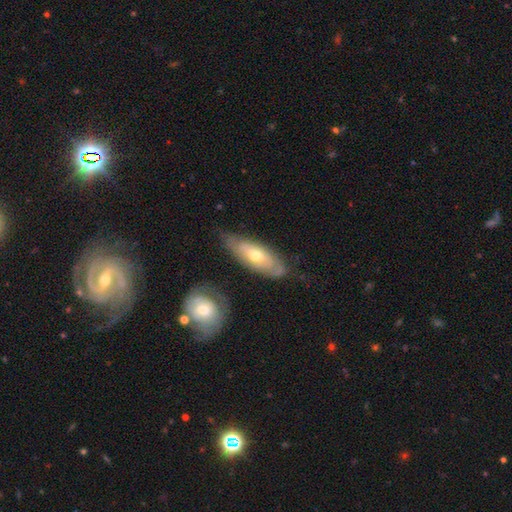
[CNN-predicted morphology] This appears to be a featured or disk galaxy (55%). Merging: none (65%).